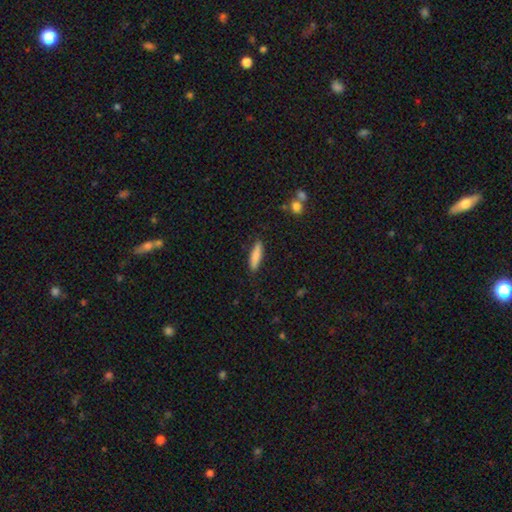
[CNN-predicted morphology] Overall: smooth (84%). How rounded: cigar-shaped (73%). Merging: none (87%).